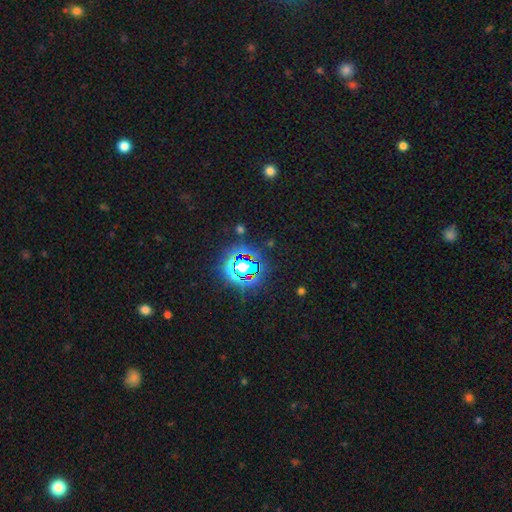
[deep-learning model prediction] smooth-or-featured: star or artifact: 78% | smooth: 14% | featured or disk: 8%